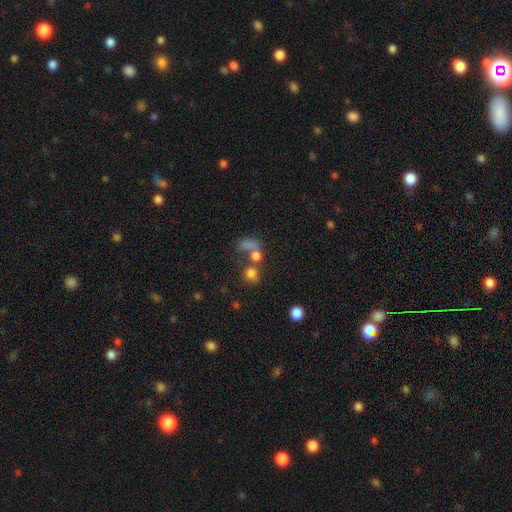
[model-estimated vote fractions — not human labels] Smooth or featured? Predicted: smooth (p=0.70). How rounded? Predicted: round (p=0.66). Merging? Predicted: merger (p=0.44).